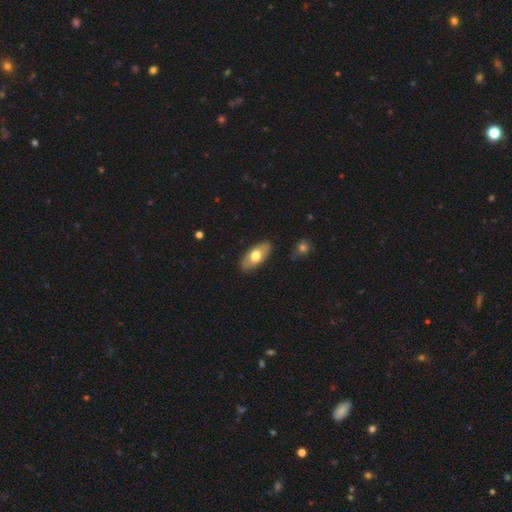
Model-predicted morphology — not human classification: type=smooth (64%); roundness=in between (90%); merging=none (87%).